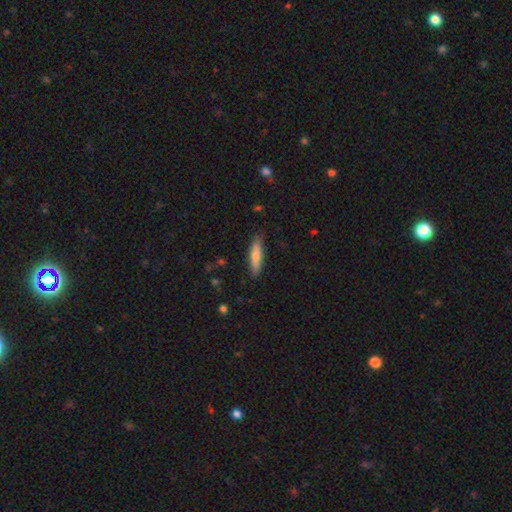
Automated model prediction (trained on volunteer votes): Smooth or featured? smooth (72%)
How rounded? cigar-shaped (74%)
Merging? none (83%)